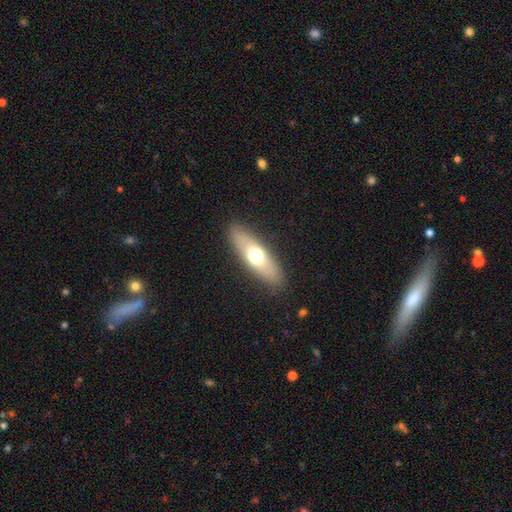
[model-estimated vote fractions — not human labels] Smooth or featured?
  - smooth: 56% *
  - featured or disk: 37%
  - star or artifact: 7%
How rounded?
  - in between: 52% *
  - cigar-shaped: 44%
  - round: 4%
Merging?
  - none: 87% *
  - minor disturbance: 9%
  - major disturbance: 3%
  - merger: 1%